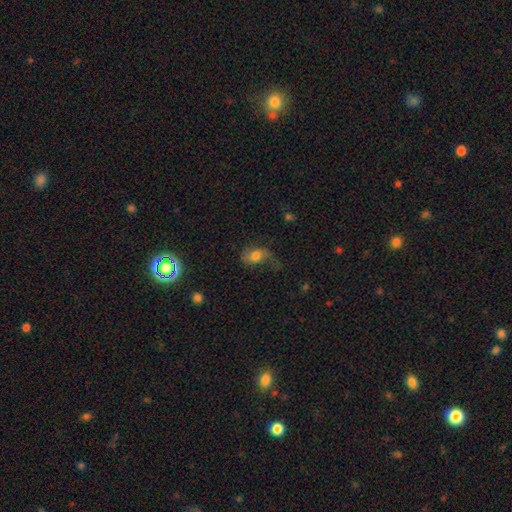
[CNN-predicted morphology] Smooth or featured? smooth (62%)
How rounded? in between (83%)
Merging? none (40%)